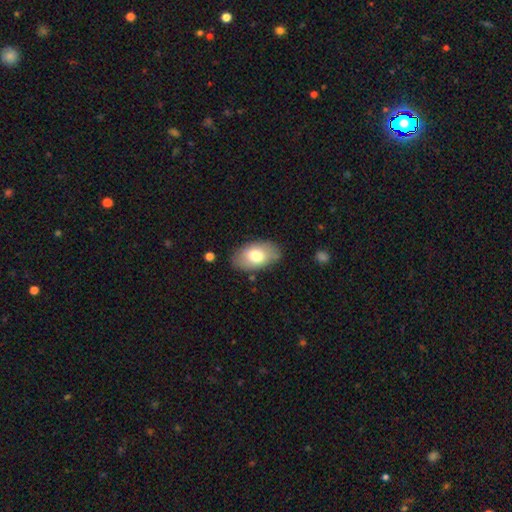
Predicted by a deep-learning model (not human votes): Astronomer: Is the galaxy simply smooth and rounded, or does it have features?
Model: smooth — 74%.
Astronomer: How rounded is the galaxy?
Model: in between — 93%.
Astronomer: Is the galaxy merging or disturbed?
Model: none — 80%.